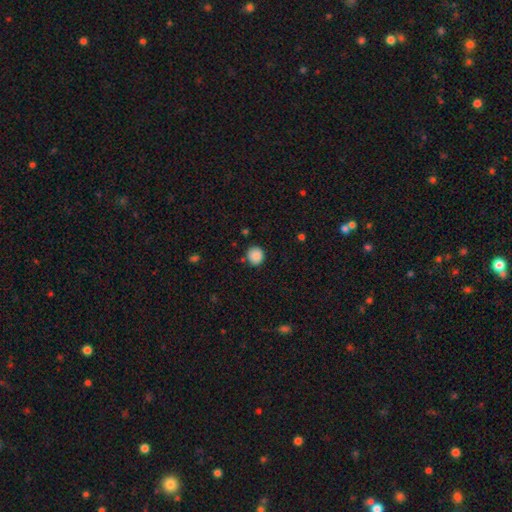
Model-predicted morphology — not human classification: smooth-or-featured: smooth: 88% | star or artifact: 9% | featured or disk: 4%
  how-rounded: round: 82% | in between: 17% | cigar-shaped: 1%
  merging: none: 83% | minor disturbance: 11% | merger: 3% | major disturbance: 3%